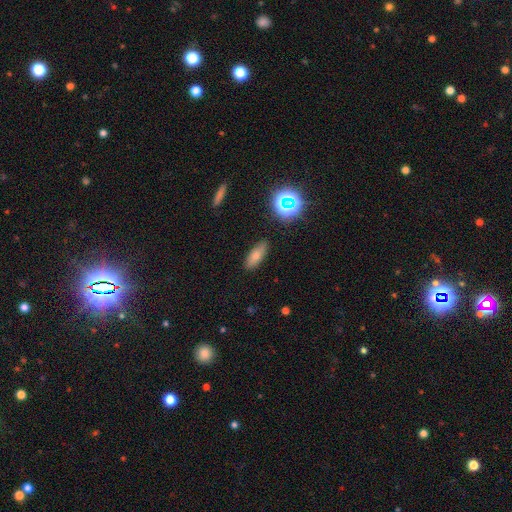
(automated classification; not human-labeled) Smooth or featured: smooth — 72% (featured or disk — 15%)
How rounded: in between — 70% (cigar-shaped — 25%)
Merging: none — 85% (minor disturbance — 11%)